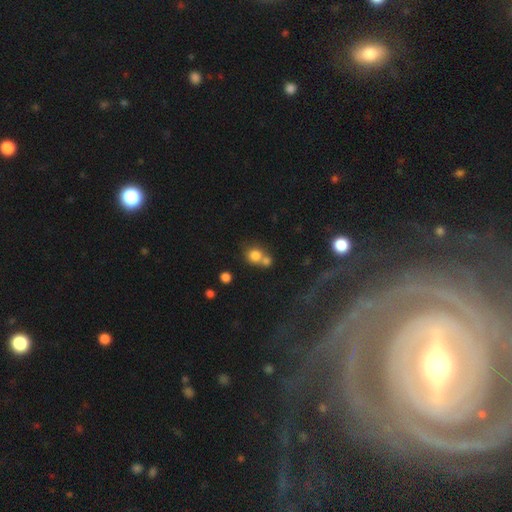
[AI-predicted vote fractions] Smooth or featured? Predicted: smooth (p=0.78). How rounded? Predicted: round (p=0.82). Merging? Predicted: merger (p=0.46).